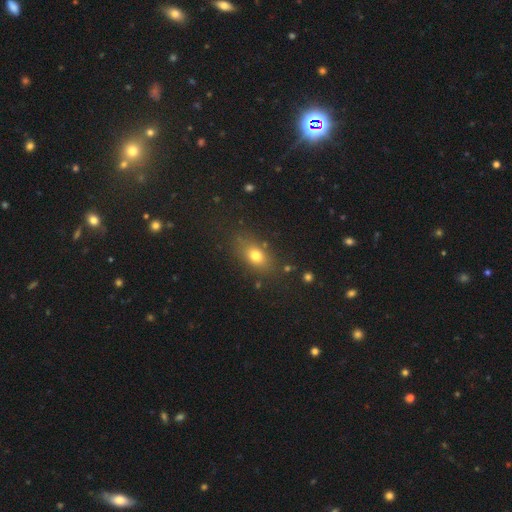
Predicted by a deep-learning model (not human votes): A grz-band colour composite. It shows a smooth galaxy with no disk features (74%) that is in between round and cigar-shaped (72%). Merging: none (79%).